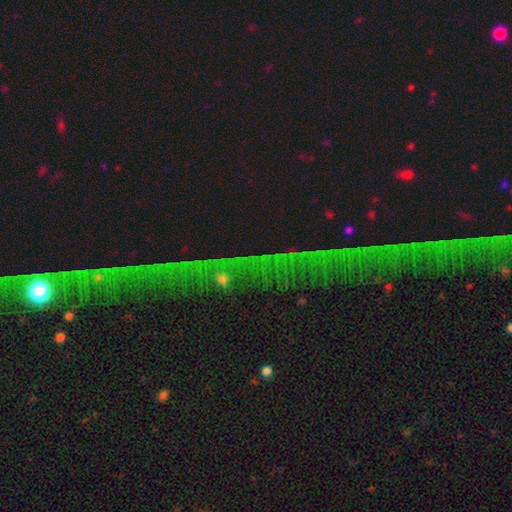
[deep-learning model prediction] Smooth or featured?
  - star or artifact: 73% *
  - featured or disk: 14%
  - smooth: 13%